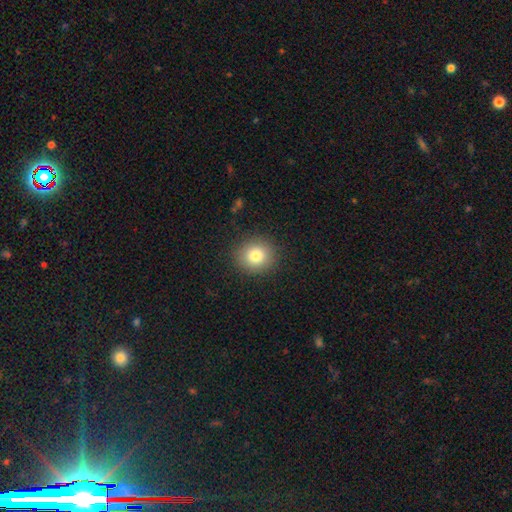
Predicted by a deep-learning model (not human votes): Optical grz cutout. It shows a smooth galaxy with no disk features (80%) that is round (87%). Merging: none (90%).